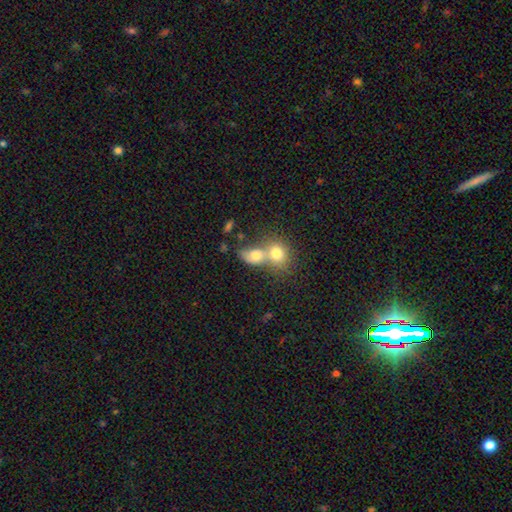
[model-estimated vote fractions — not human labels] A smooth galaxy with no disk features (73%) that is in between round and cigar-shaped (62%).

Vote fractions:
- Smooth or featured? smooth: 73% / featured or disk: 17% / star or artifact: 10%
- How rounded? in between: 62% / round: 35% / cigar-shaped: 3%
- Merging? merger: 69% / none: 20% / minor disturbance: 6% / major disturbance: 4%